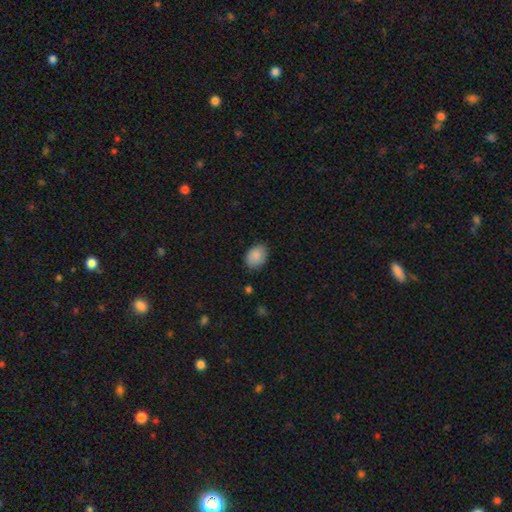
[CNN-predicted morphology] A smooth galaxy with no disk features (88%) that is in between round and cigar-shaped (72%).

Vote fractions:
- Smooth or featured? smooth: 88% / star or artifact: 7% / featured or disk: 5%
- How rounded? in between: 72% / round: 27% / cigar-shaped: 1%
- Merging? none: 82% / minor disturbance: 15% / major disturbance: 3% / merger: 1%